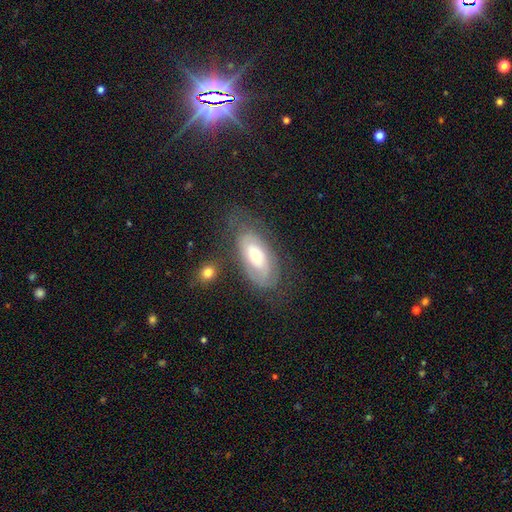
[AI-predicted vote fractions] Overall: featured or disk (53%; smooth 40%). Edge-on disk: no (86%). Merging: none (63%).